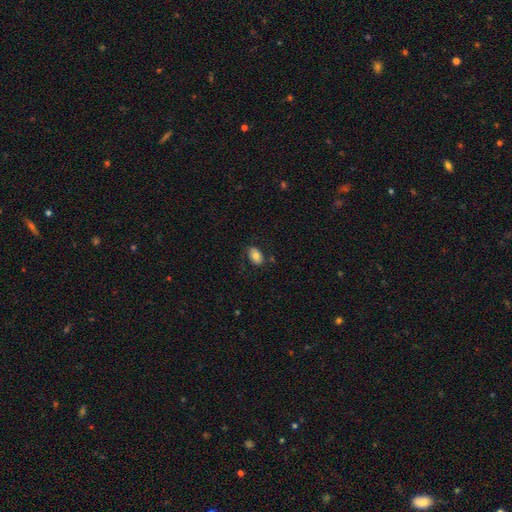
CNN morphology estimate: Overall: smooth (76%). How rounded: in between (89%). Merging: none (77%).